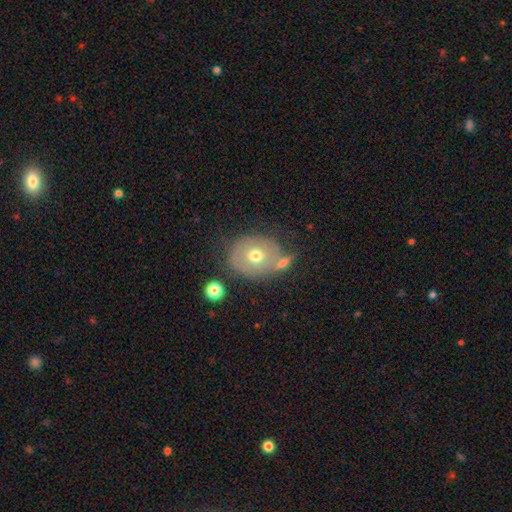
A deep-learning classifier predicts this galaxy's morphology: smooth-or-featured: smooth: 51% | featured or disk: 39% | star or artifact: 9%
  how-rounded: round: 54% | in between: 45% | cigar-shaped: 1%
  merging: none: 57% | minor disturbance: 19% | merger: 16% | major disturbance: 8%